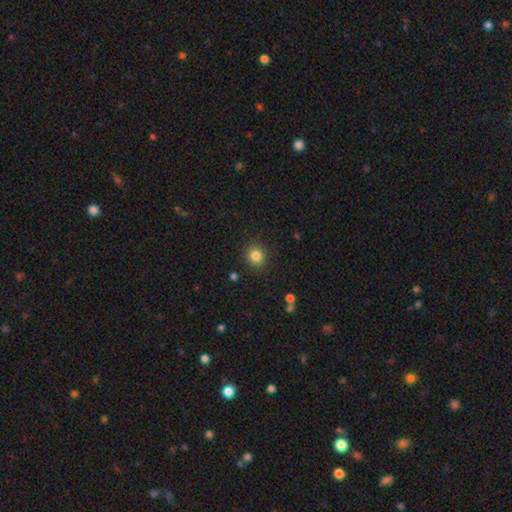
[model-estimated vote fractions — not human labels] Q: Smooth or featured?
A: smooth (84%); runner-up: star or artifact (11%)
Q: How rounded?
A: round (88%); runner-up: in between (11%)
Q: Merging?
A: none (89%); runner-up: minor disturbance (7%)